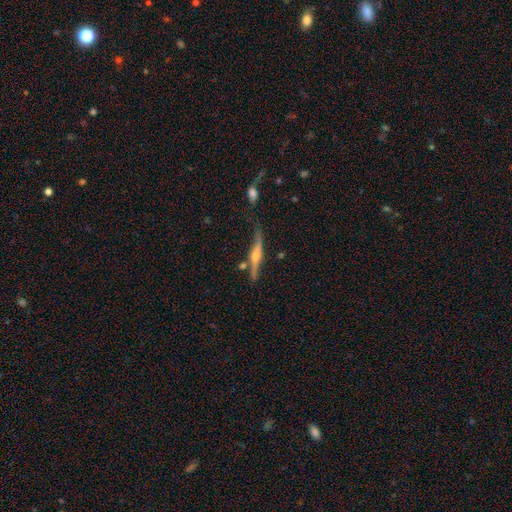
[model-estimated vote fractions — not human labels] Q: Smooth or featured?
A: featured or disk (74%); runner-up: smooth (20%)
Q: Edge-on disk?
A: yes (94%); runner-up: no (6%)
Q: Edge-on bulge?
A: rounded (90%); runner-up: none (5%)
Q: Merging?
A: none (64%); runner-up: minor disturbance (19%)